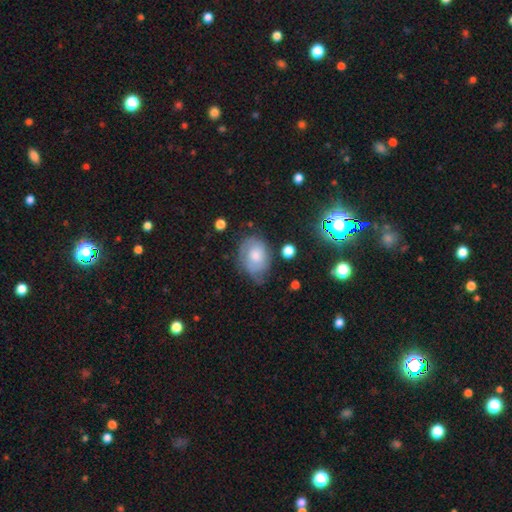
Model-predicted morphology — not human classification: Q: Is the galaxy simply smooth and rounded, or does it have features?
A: smooth — 51%.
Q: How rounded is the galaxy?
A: in between — 67%.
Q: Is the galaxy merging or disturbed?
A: none — 51%.